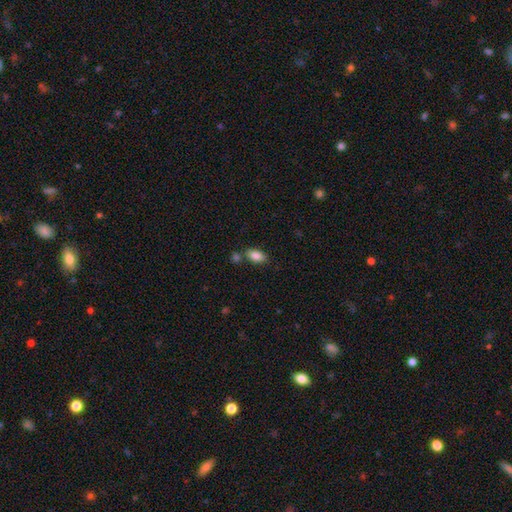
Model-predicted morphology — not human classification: smooth 86%, star or artifact 8%, featured or disk 6%. Down the decision tree: how rounded — in between (90%); merging — none (69%).